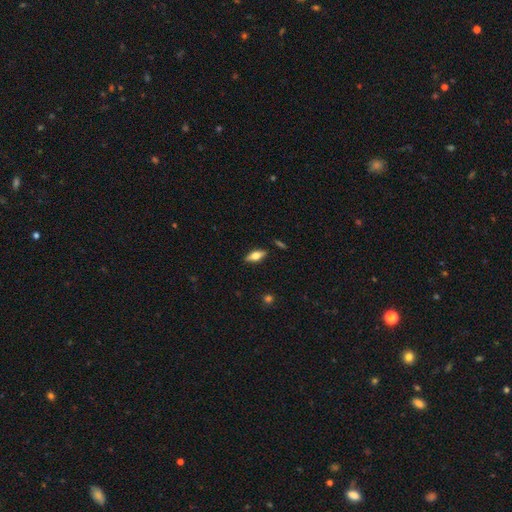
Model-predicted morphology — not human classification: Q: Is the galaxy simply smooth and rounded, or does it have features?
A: smooth — 56%.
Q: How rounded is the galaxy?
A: in between — 76%.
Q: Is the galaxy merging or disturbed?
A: none — 86%.